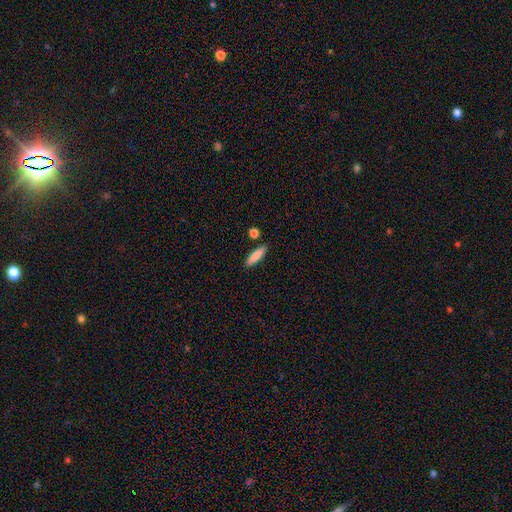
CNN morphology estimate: smooth_or_featured: smooth (p=0.85) [alt: featured or disk p=0.09]
how_rounded: cigar-shaped (p=0.69) [alt: in between p=0.29]
merging: none (p=0.85) [alt: minor disturbance p=0.09]